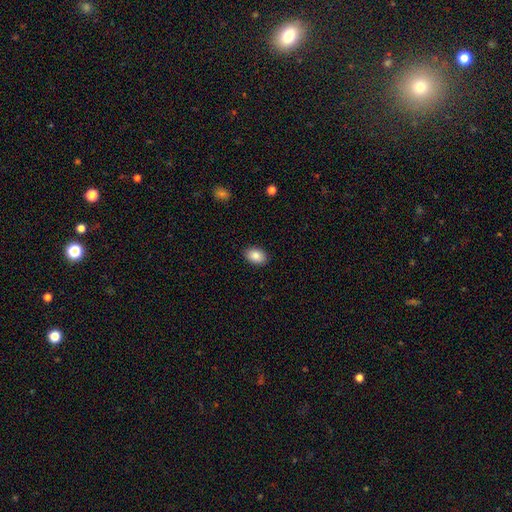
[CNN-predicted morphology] A smooth galaxy with no disk features (87%) that is in between round and cigar-shaped (82%). Merging: none (89%).